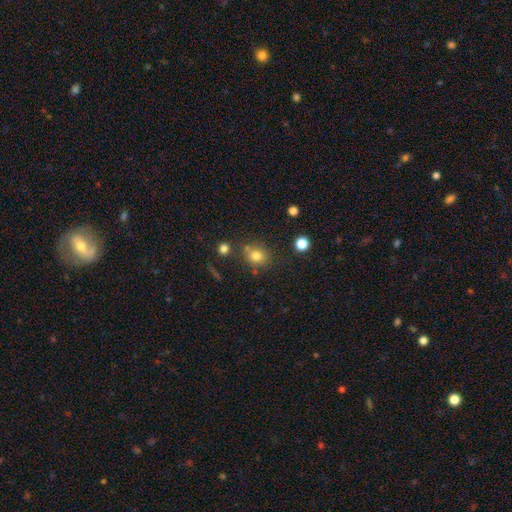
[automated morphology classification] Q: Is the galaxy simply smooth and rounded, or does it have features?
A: smooth — 78%.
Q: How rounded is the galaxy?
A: round — 72%.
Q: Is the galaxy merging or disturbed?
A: none — 69%.